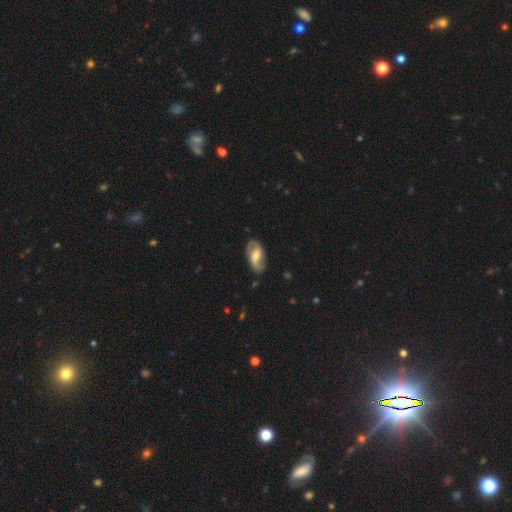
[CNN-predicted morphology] A featured or disk galaxy (68%) with a weak bar (47%), 2 (86%) loose (41%) spiral arms (86%) and a moderate central bulge (57%). Merging: none (78%).